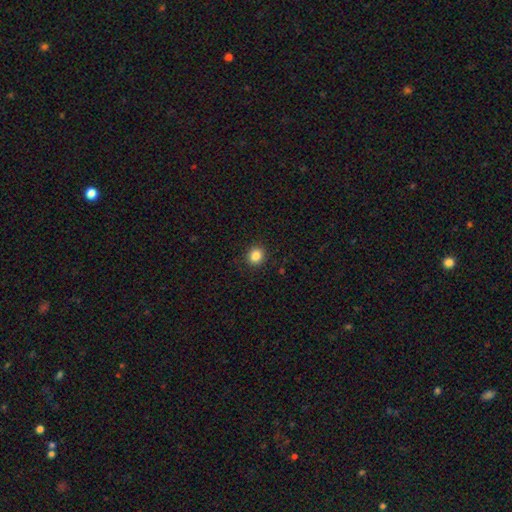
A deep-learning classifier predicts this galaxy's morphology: Q: Smooth or featured?
A: smooth (85%); runner-up: star or artifact (11%)
Q: How rounded?
A: round (83%); runner-up: in between (16%)
Q: Merging?
A: none (91%); runner-up: minor disturbance (6%)